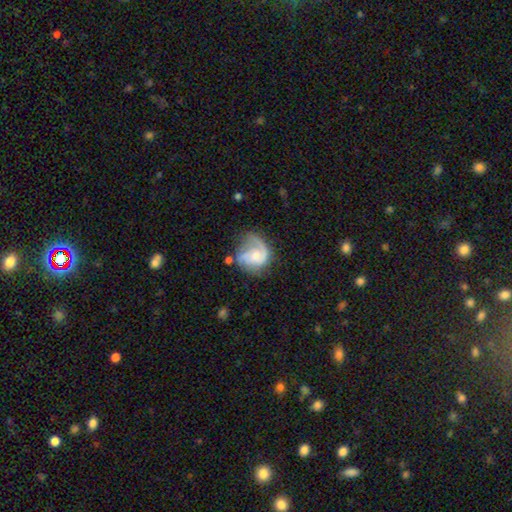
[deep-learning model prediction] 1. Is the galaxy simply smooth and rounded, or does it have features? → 71% featured or disk, 22% smooth, 6% star or artifact.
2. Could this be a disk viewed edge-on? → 98% no, 2% yes.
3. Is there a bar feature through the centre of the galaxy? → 63% no, 32% weak, 5% strong.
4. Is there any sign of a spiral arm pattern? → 89% yes, 11% no.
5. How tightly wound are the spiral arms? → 44% medium, 29% tight, 26% loose.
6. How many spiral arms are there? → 46% 2, 31% 1, 13% can't tell, 7% 3, 2% 4, 2% more than 4.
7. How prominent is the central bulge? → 45% moderate, 39% small, 8% none, 7% large, 1% dominant.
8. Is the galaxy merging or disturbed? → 44% none, 26% minor disturbance, 25% major disturbance, 5% merger.